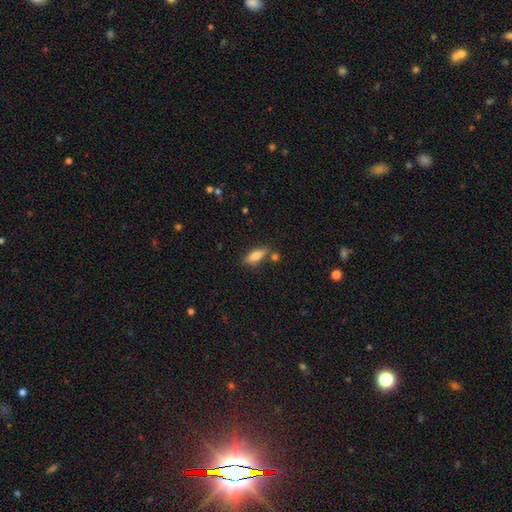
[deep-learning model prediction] Morphology: type=smooth (72%); roundness=in between (60%); merging=none (74%).